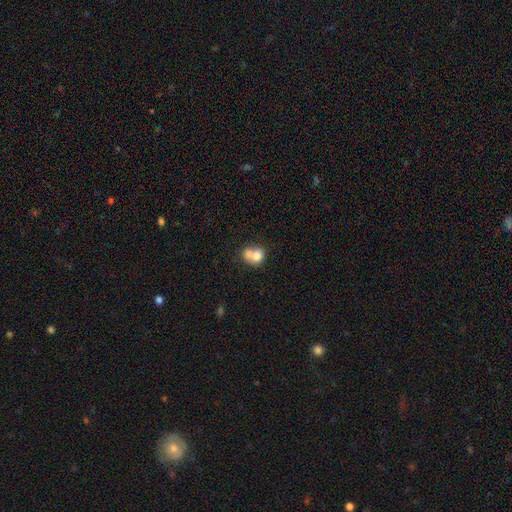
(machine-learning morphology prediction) The model was most divided on "how rounded": round: 58%, in between: 41%, cigar-shaped: 1%. More confident: smooth or featured — smooth (72%); merging — merger (65%).